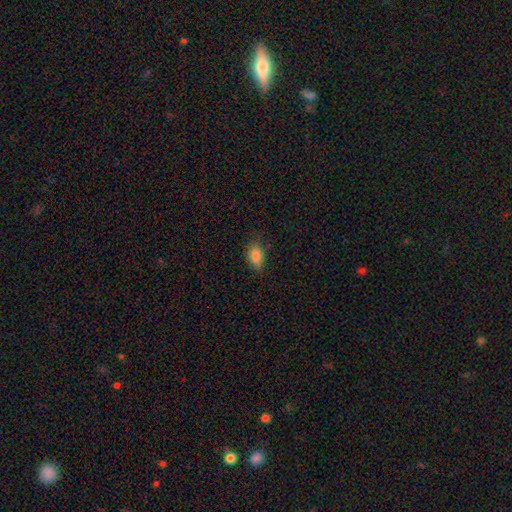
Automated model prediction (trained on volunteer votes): Overall: smooth (85%). How rounded: in between (87%). Merging: none (75%).